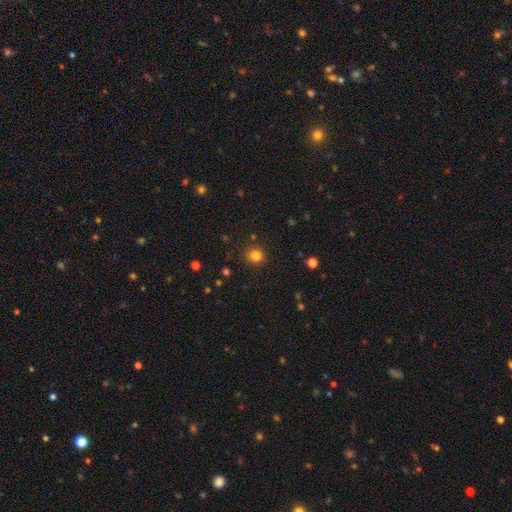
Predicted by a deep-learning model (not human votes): This appears to be a smooth galaxy with no disk features (81%) that is round (85%). Merging: none (88%).